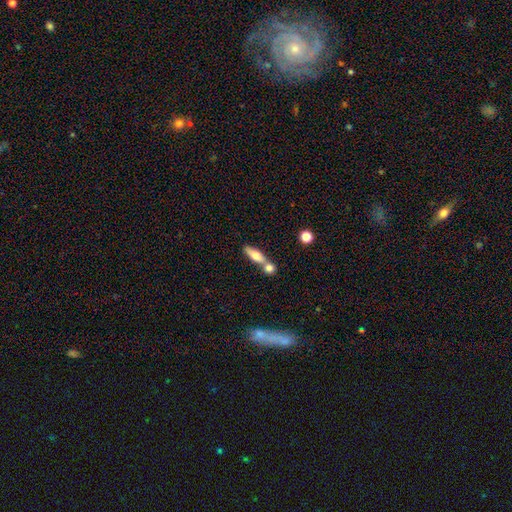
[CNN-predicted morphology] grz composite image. It shows a smooth galaxy with no disk features (67%) that is in between round and cigar-shaped (53%). Merging: merger (44%).